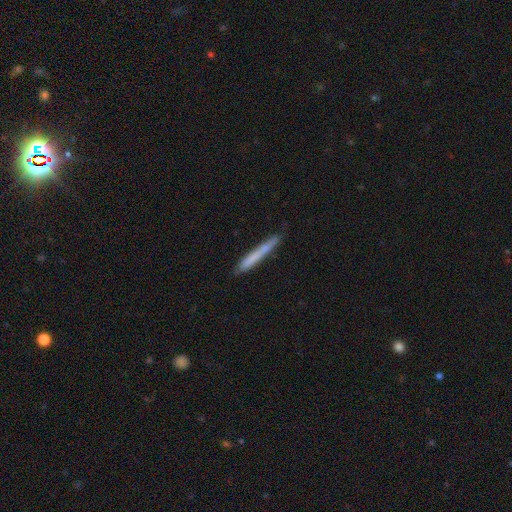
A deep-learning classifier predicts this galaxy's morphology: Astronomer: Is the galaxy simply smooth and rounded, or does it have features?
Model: smooth — 68%.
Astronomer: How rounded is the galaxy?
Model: cigar-shaped — 97%.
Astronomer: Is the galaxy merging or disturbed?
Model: none — 83%.